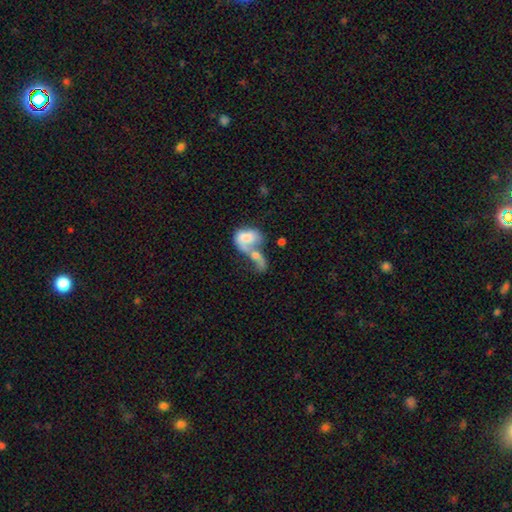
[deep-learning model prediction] smooth-or-featured: smooth: 52% | featured or disk: 38% | star or artifact: 9%
  how-rounded: in between: 77% | round: 17% | cigar-shaped: 5%
  merging: merger: 73% | major disturbance: 13% | none: 9% | minor disturbance: 5%